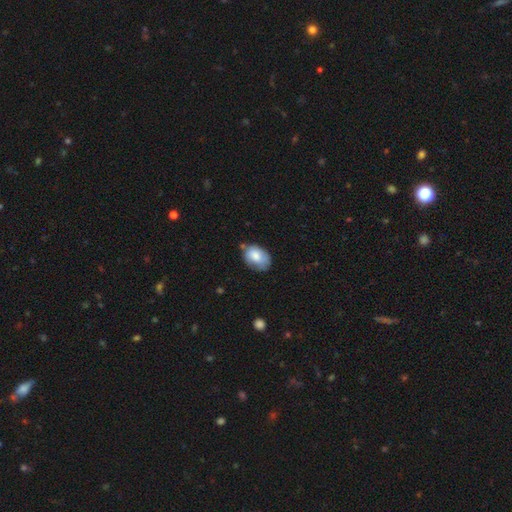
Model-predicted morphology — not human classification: smooth-or-featured: smooth: 78% | featured or disk: 14% | star or artifact: 7%
  how-rounded: in between: 81% | round: 18% | cigar-shaped: 1%
  merging: none: 52% | minor disturbance: 33% | major disturbance: 9% | merger: 5%